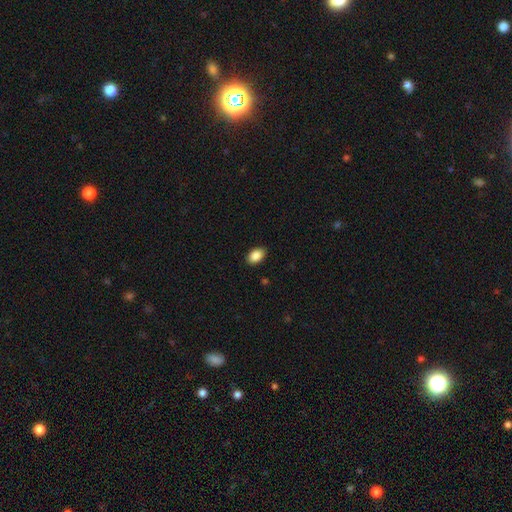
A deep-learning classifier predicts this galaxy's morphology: This is clearly a smooth galaxy (89%). How rounded: clearly in between (91%). Merging: clearly none (89%).